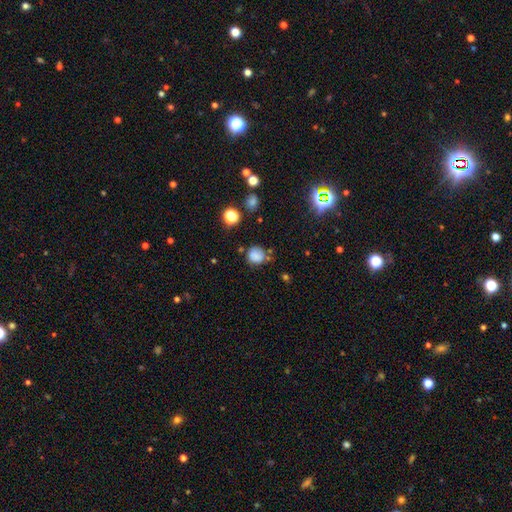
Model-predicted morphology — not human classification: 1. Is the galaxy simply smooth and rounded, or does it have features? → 78% smooth, 14% star or artifact, 8% featured or disk.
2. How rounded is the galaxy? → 81% round, 18% in between, 1% cigar-shaped.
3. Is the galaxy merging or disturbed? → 66% none, 21% minor disturbance, 7% merger, 6% major disturbance.